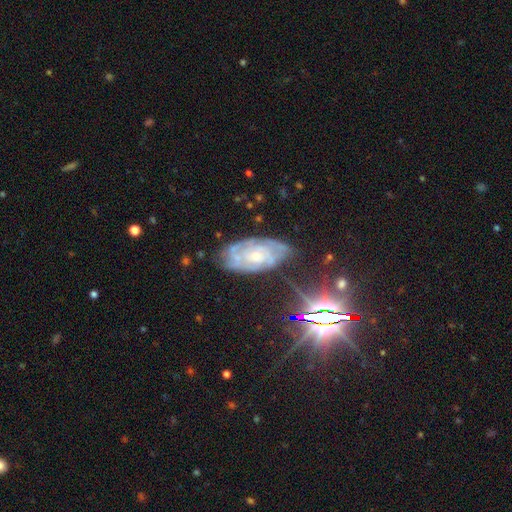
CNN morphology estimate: smooth_or_featured: featured or disk (p=0.78) [alt: star or artifact p=0.11]
disk_edge_on: no (p=0.94) [alt: yes p=0.06]
bar: no (p=0.73) [alt: weak p=0.22]
has_spiral_arms: yes (p=0.92) [alt: no p=0.08]
spiral_winding: tight (p=0.72) [alt: medium p=0.23]
spiral_arm_count: can't tell (p=0.44) [alt: 2 p=0.19]
bulge_size: small (p=0.67) [alt: moderate p=0.28]
merging: none (p=0.72) [alt: minor disturbance p=0.20]